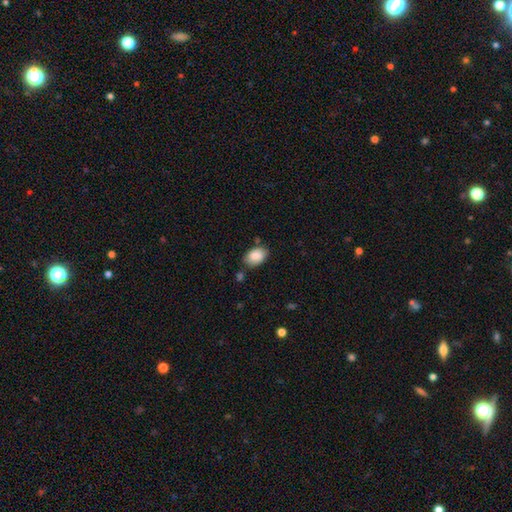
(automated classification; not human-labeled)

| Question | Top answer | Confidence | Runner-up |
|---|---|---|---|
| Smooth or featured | smooth | 84% | featured or disk (9%) |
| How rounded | in between | 87% | round (11%) |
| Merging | none | 72% | minor disturbance (18%) |